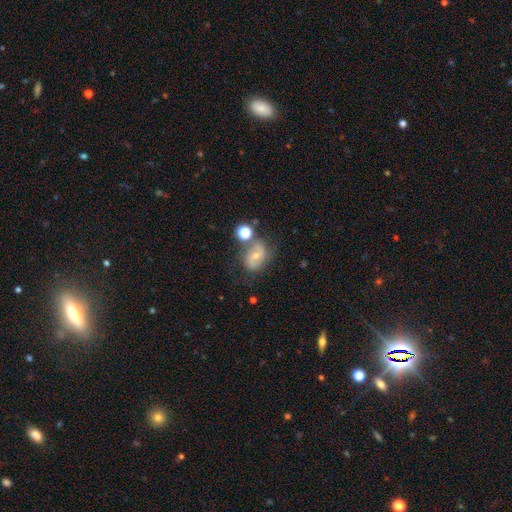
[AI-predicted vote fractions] Morphology: type=featured or disk (56%); edge-on=no (96%); bar=no (52%); spiral arms=yes (76%); bulge=moderate (48%, tied with small); merging=none (59%).